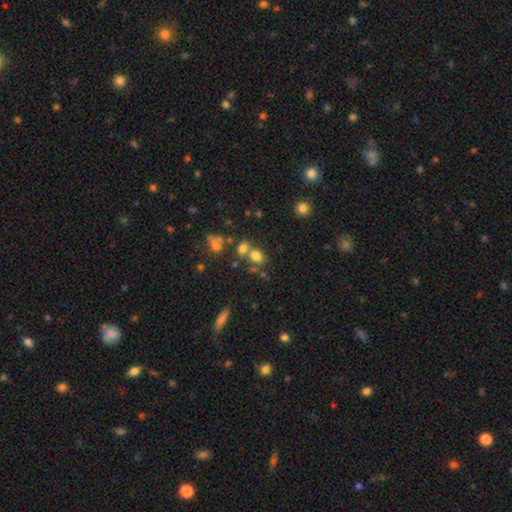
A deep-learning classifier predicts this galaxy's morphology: type=smooth (74%); roundness=round (51%); merging=none (50%).